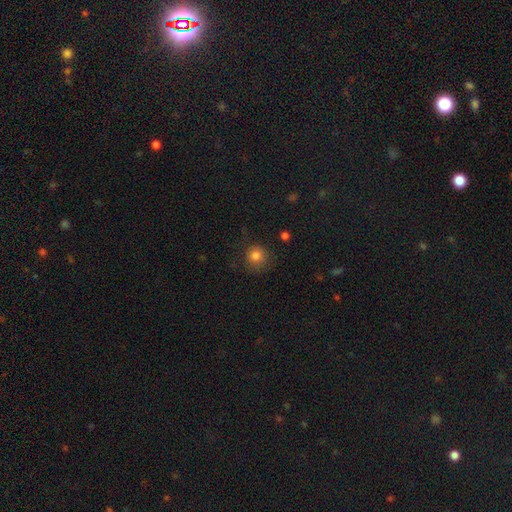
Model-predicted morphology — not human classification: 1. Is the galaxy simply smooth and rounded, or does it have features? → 82% smooth, 12% star or artifact, 6% featured or disk.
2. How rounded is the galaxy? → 92% round, 8% in between, 1% cigar-shaped.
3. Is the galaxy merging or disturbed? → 81% none, 13% minor disturbance, 4% major disturbance, 1% merger.